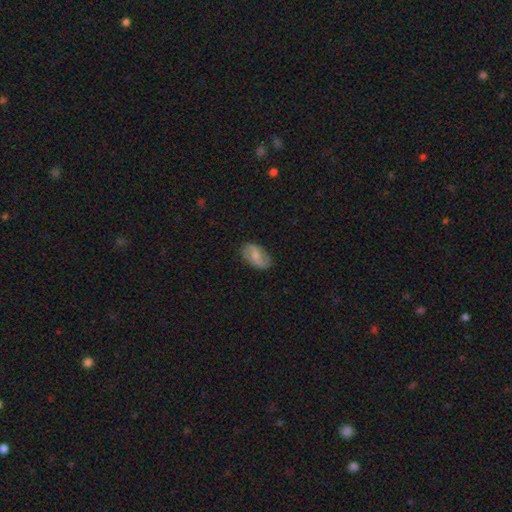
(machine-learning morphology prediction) Q: Smooth or featured?
A: featured or disk (53%); runner-up: smooth (41%)
Q: Edge-on disk?
A: no (95%); runner-up: yes (5%)
Q: Bar?
A: weak (45%); runner-up: no (40%)
Q: Spiral arms?
A: yes (78%); runner-up: no (22%)
Q: Bulge size?
A: moderate (51%); runner-up: small (41%)
Q: Merging?
A: none (81%); runner-up: minor disturbance (14%)